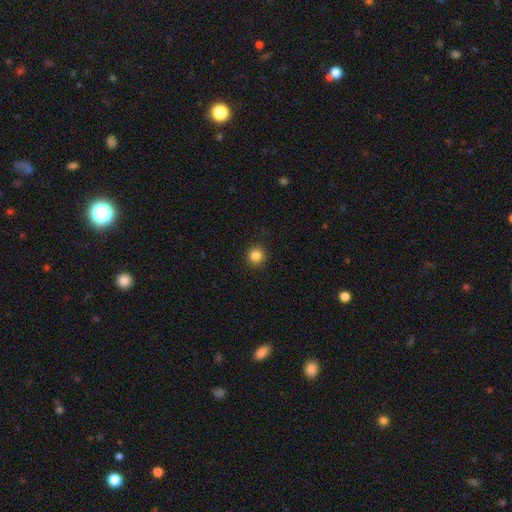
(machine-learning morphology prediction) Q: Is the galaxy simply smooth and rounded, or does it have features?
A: smooth — 84%.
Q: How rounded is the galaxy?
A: round — 94%.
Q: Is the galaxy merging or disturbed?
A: none — 92%.